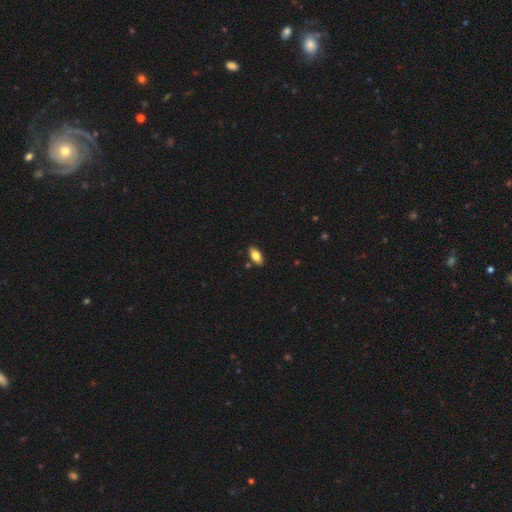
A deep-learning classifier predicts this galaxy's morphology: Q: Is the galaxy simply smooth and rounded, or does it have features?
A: smooth — 77%.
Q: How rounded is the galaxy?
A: in between — 88%.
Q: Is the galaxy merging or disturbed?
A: none — 86%.